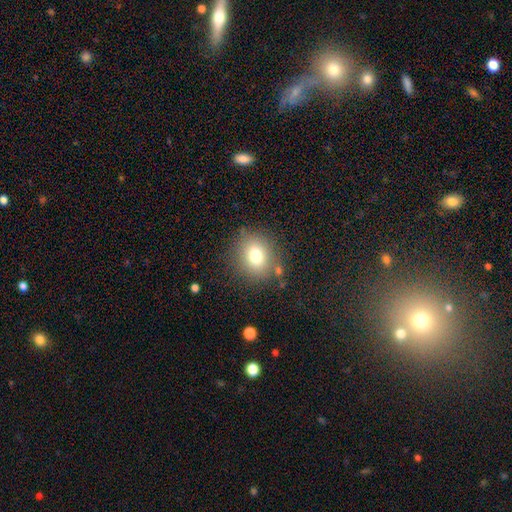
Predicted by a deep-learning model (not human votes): A smooth galaxy with no disk features (75%) that is round (72%).

Vote fractions:
- Smooth or featured? smooth: 75% / star or artifact: 13% / featured or disk: 12%
- How rounded? round: 72% / in between: 27% / cigar-shaped: 1%
- Merging? none: 81% / minor disturbance: 11% / major disturbance: 5% / merger: 4%